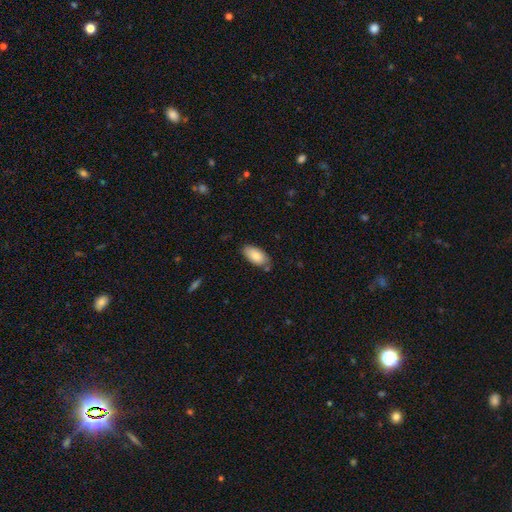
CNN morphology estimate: smooth-or-featured: smooth: 85% | featured or disk: 9% | star or artifact: 6%
  how-rounded: in between: 94% | cigar-shaped: 4% | round: 2%
  merging: none: 75% | minor disturbance: 18% | merger: 4% | major disturbance: 3%